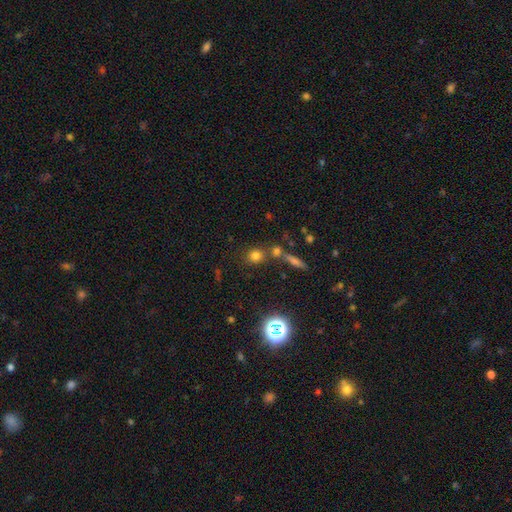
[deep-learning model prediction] Overall: smooth (72%). How rounded: round (80%). Merging: none (66%).